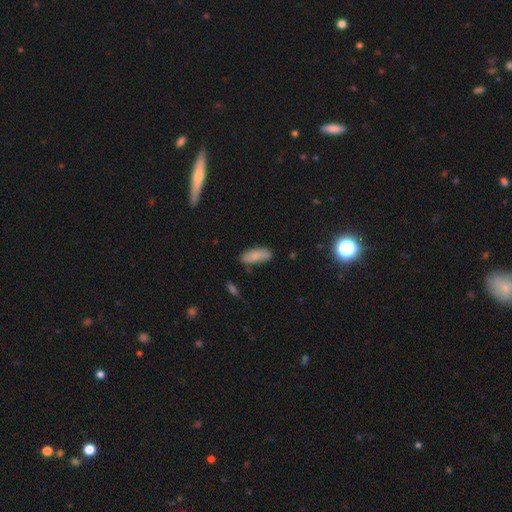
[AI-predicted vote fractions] A smooth galaxy with no disk features (81%) that is in between round and cigar-shaped (75%). Merging: none (71%).